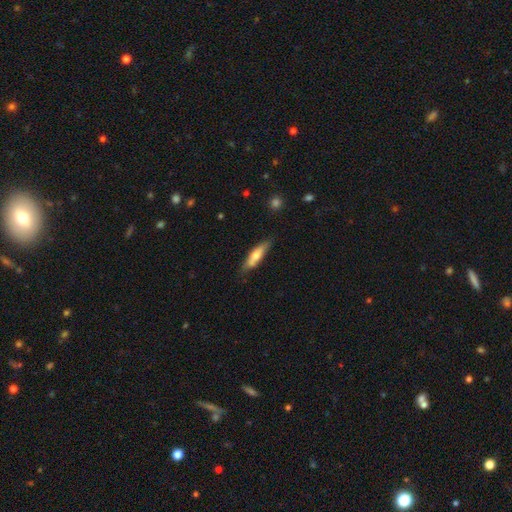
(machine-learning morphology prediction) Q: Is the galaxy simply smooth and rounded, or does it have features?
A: smooth — 58%.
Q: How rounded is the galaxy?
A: cigar-shaped — 68%.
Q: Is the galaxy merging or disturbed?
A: none — 76%.